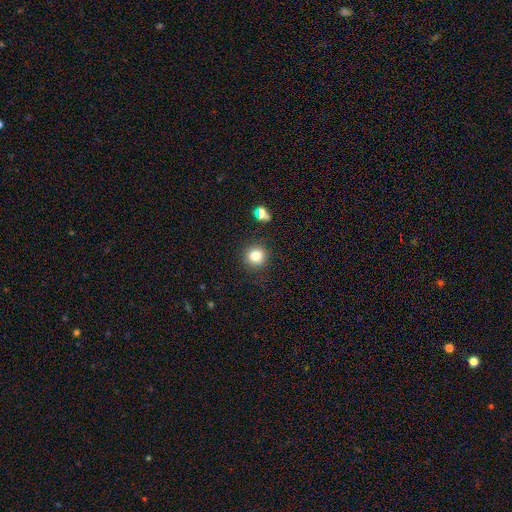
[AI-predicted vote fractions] smooth 80%, star or artifact 13%, featured or disk 7%. Down the decision tree: how rounded — round (90%); merging — none (88%).